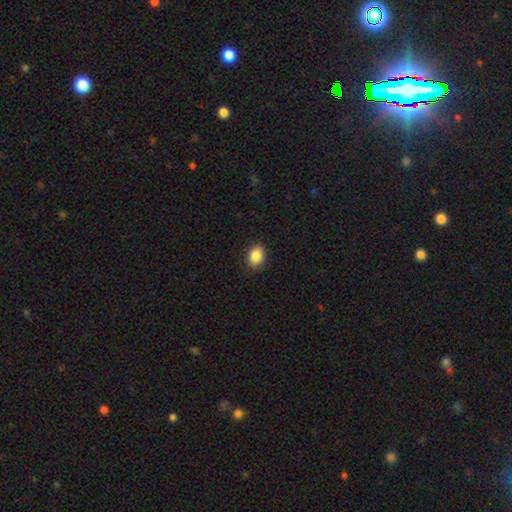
Overall: smooth (87%). How rounded: round (76%). Merging: none (86%).